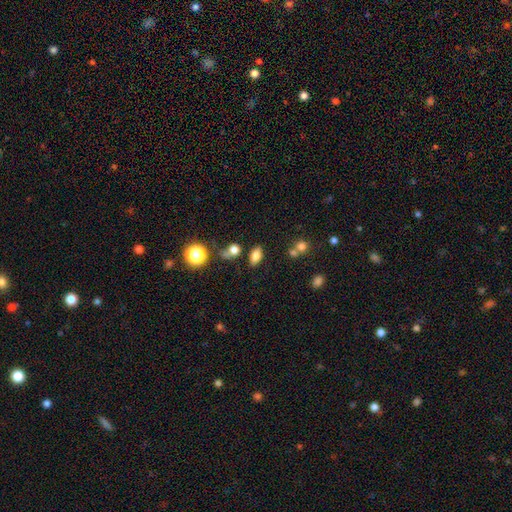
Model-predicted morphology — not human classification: Smooth or featured: smooth — 78% (star or artifact — 12%)
How rounded: in between — 86% (round — 10%)
Merging: none — 74% (minor disturbance — 12%)